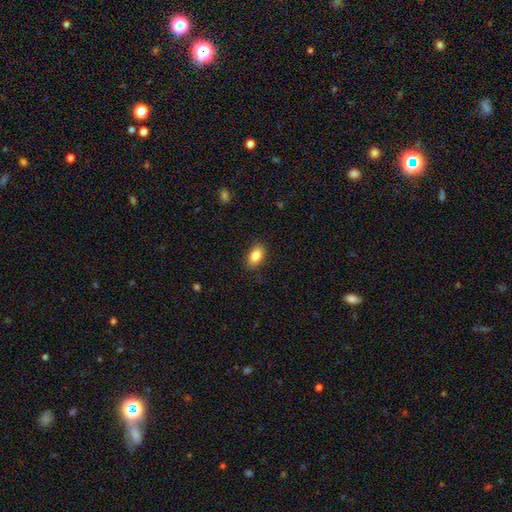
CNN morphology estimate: Smooth or featured? Predicted: smooth (p=0.84). How rounded? Predicted: in between (p=0.89). Merging? Predicted: none (p=0.84).